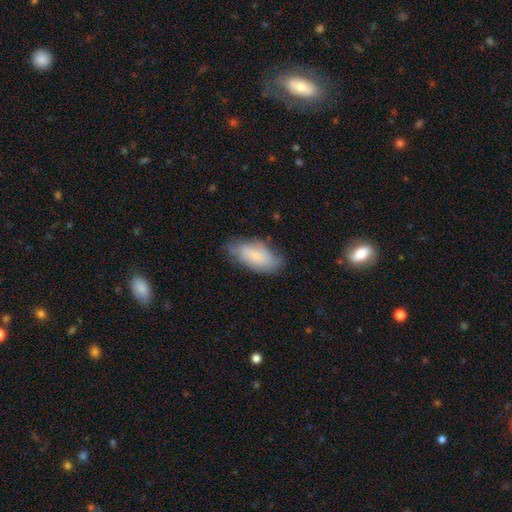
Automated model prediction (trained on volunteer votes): A smooth galaxy with no disk features (71%) that is in between round and cigar-shaped (91%). Merging: none (65%).